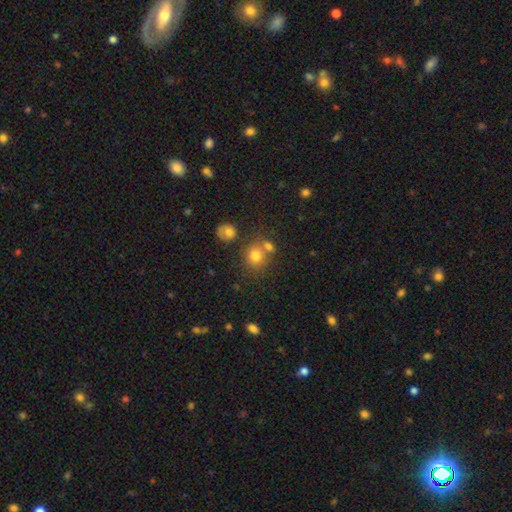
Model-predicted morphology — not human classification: smooth_or_featured: smooth (p=0.76) [alt: star or artifact p=0.14]
how_rounded: round (p=0.77) [alt: in between p=0.22]
merging: none (p=0.59) [alt: merger p=0.26]